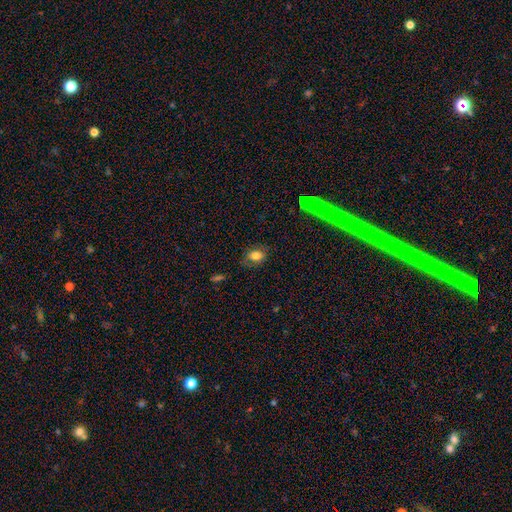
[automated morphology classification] This is likely a smooth galaxy (76%). How rounded: likely in between (75%). Merging: likely none (74%).